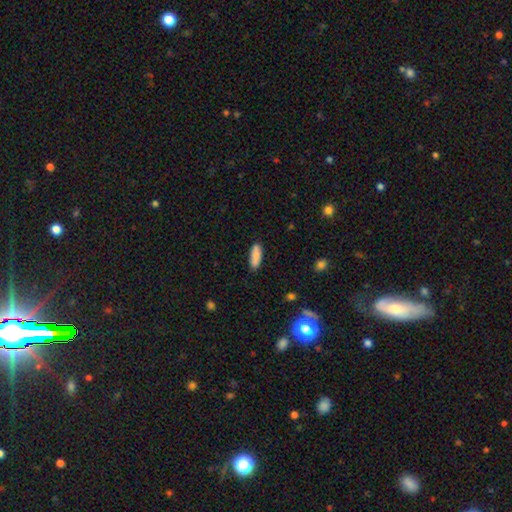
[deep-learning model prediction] A smooth galaxy with no disk features (86%) that is in between round and cigar-shaped (58%).

Vote fractions:
- Smooth or featured? smooth: 86% / star or artifact: 7% / featured or disk: 7%
- How rounded? in between: 58% / cigar-shaped: 40% / round: 2%
- Merging? none: 86% / minor disturbance: 10% / major disturbance: 2% / merger: 2%